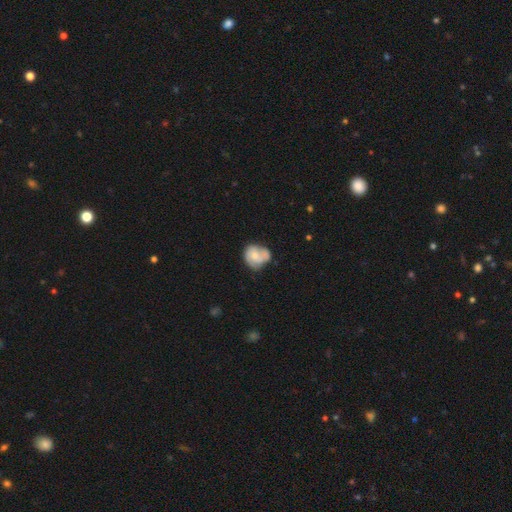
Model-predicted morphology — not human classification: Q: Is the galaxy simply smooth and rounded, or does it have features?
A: smooth — 49%.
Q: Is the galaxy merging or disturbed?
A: none — 43%.